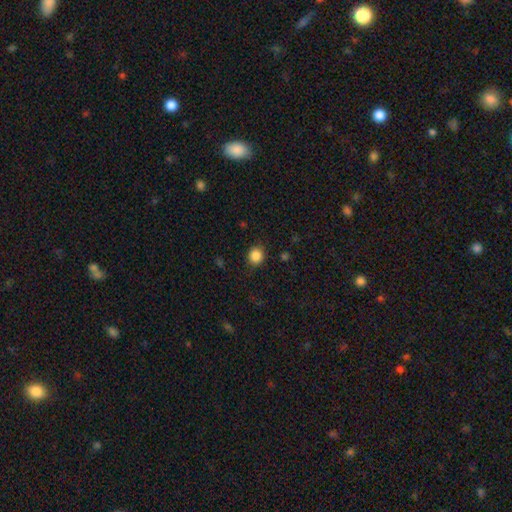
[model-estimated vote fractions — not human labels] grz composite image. It shows a smooth galaxy with no disk features (87%) that is round (84%). Merging: none (88%).